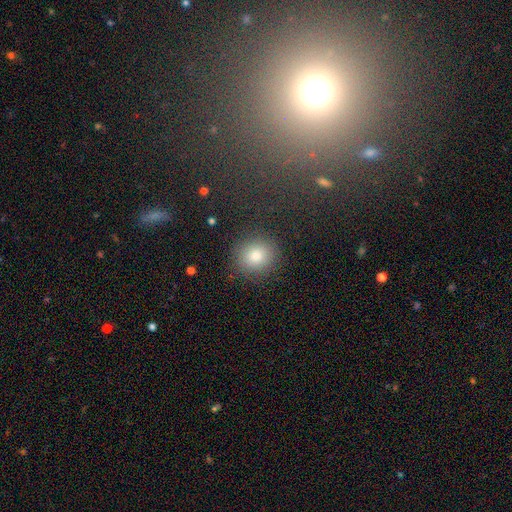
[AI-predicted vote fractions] This is likely a smooth galaxy (80%). How rounded: likely round (79%). Merging: clearly none (88%).